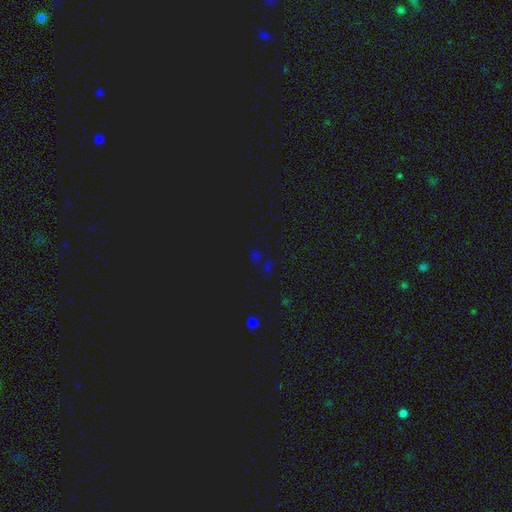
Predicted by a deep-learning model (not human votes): star or artifact 66%, smooth 28%, featured or disk 7%.